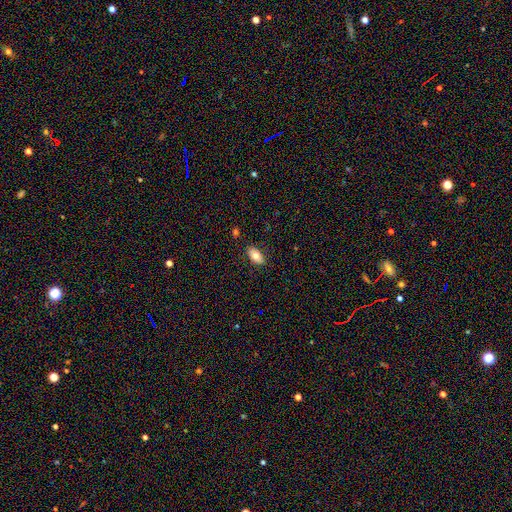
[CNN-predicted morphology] Q: Smooth or featured?
A: smooth (75%); runner-up: featured or disk (18%)
Q: How rounded?
A: in between (91%); runner-up: round (5%)
Q: Merging?
A: none (86%); runner-up: minor disturbance (10%)